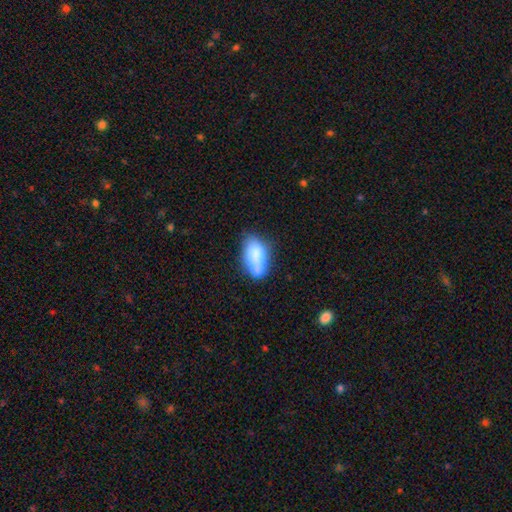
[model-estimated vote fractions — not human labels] Morphology: type=smooth (71%); roundness=in between (88%); merging=none (34%).